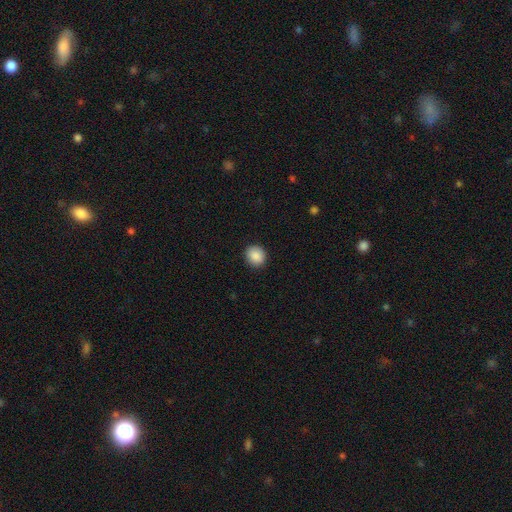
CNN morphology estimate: smooth 89%, star or artifact 8%, featured or disk 3%. Down the decision tree: how rounded — round (77%); merging — none (91%).